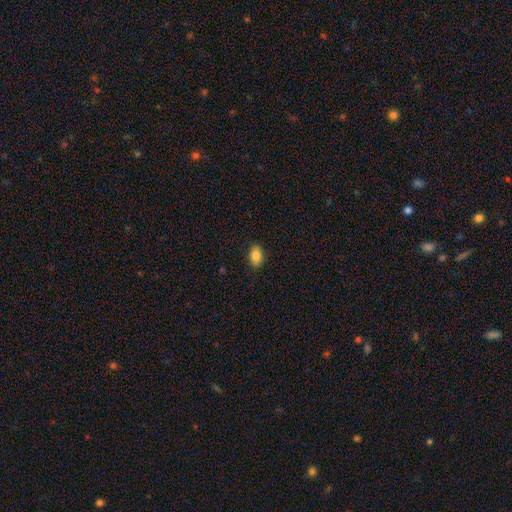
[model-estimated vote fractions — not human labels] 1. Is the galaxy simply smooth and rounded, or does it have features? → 83% smooth, 8% featured or disk, 8% star or artifact.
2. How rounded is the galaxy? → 86% in between, 11% round, 2% cigar-shaped.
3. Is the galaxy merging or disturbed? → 87% none, 10% minor disturbance, 2% major disturbance, 1% merger.